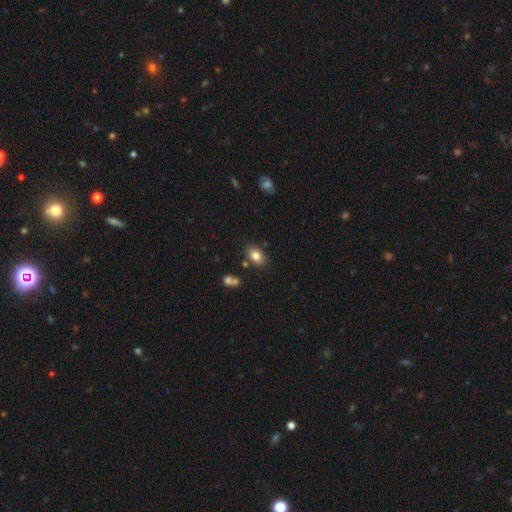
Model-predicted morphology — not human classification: Overall: smooth (82%). How rounded: in between (81%). Merging: none (80%).